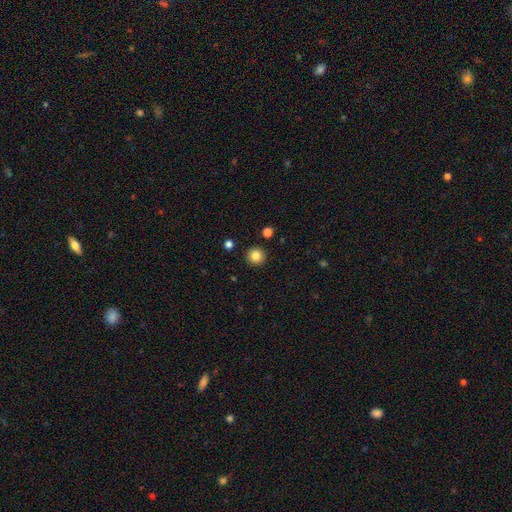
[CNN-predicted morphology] smooth_or_featured: smooth (p=0.84) [alt: star or artifact p=0.11]
how_rounded: round (p=0.95) [alt: in between p=0.04]
merging: none (p=0.92) [alt: minor disturbance p=0.05]